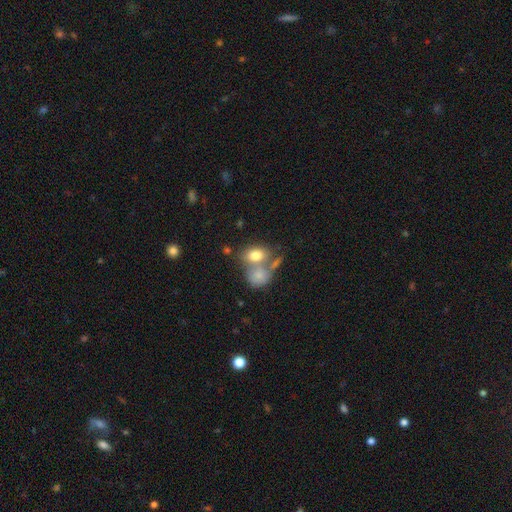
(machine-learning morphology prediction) A smooth galaxy with no disk features (75%) that is in between round and cigar-shaped (74%). Merging: merger (50%).